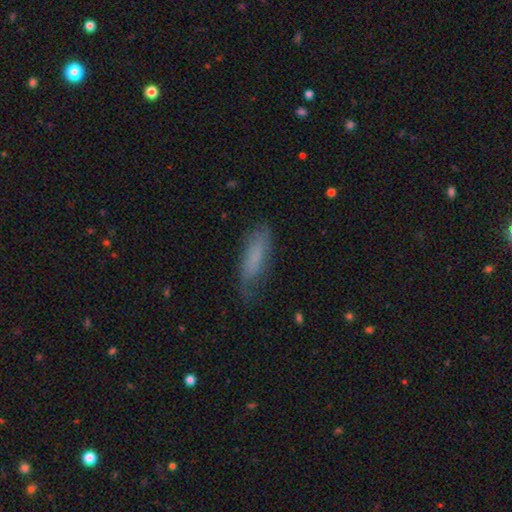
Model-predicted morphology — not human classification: A smooth galaxy with no disk features (67%) that is in between round and cigar-shaped (49%, tied with cigar-shaped). Merging: none (61%).